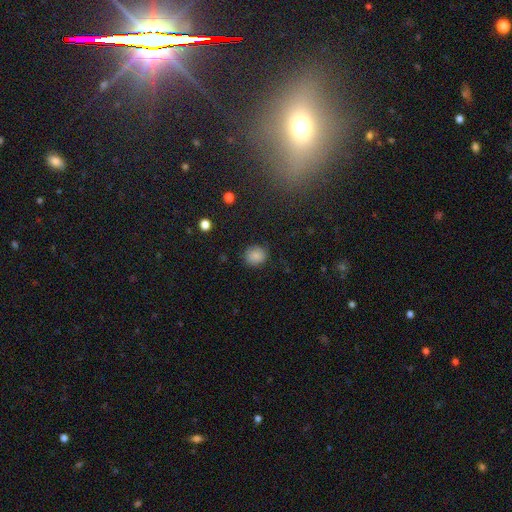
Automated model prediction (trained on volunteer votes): Overall: smooth (85%). How rounded: round (77%). Merging: none (85%).